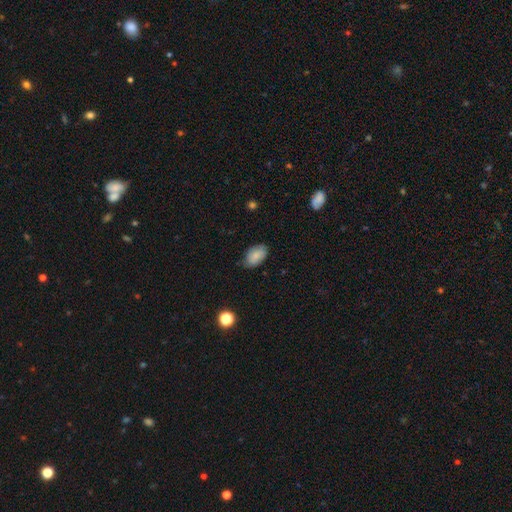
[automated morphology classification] smooth 81%, featured or disk 11%, star or artifact 7%. Down the decision tree: how rounded — in between (92%); merging — none (77%).